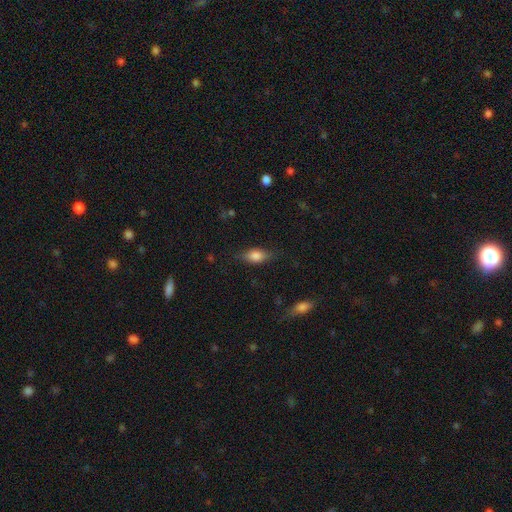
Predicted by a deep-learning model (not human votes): Smooth or featured? smooth (76%)
How rounded? in between (84%)
Merging? none (76%)